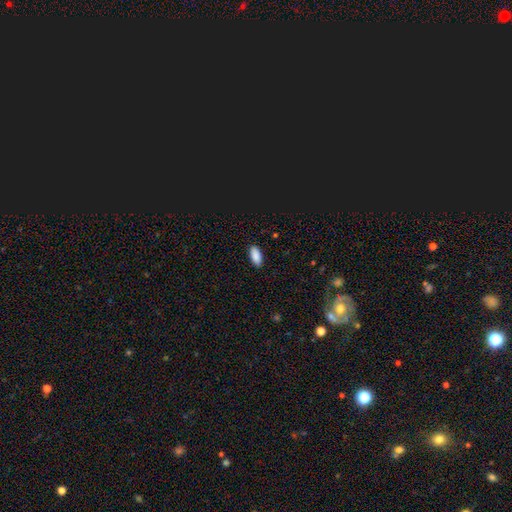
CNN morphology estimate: smooth 89%, star or artifact 7%, featured or disk 4%. Down the decision tree: how rounded — in between (87%); merging — none (89%).